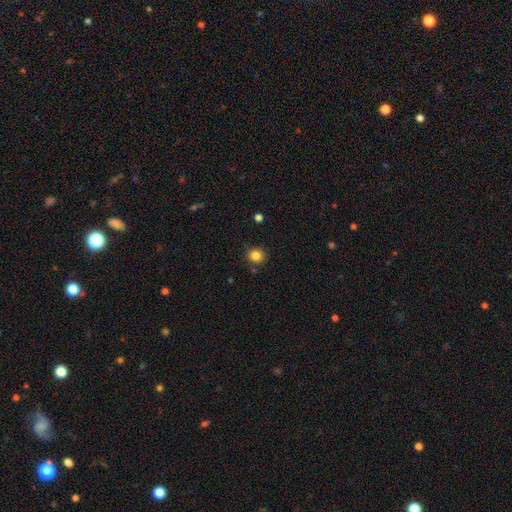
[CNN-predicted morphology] Smooth or featured?
  - smooth: 83% *
  - star or artifact: 12%
  - featured or disk: 5%
How rounded?
  - round: 87% *
  - in between: 12%
  - cigar-shaped: 1%
Merging?
  - none: 86% *
  - minor disturbance: 9%
  - merger: 3%
  - major disturbance: 2%